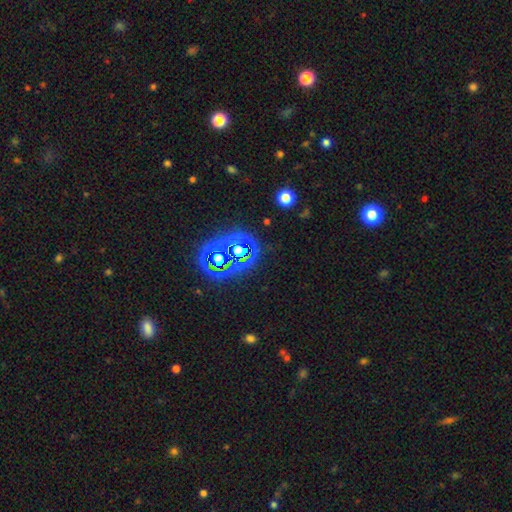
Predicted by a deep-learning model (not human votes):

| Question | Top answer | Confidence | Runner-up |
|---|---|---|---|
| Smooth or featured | star or artifact | 71% | smooth (20%) |